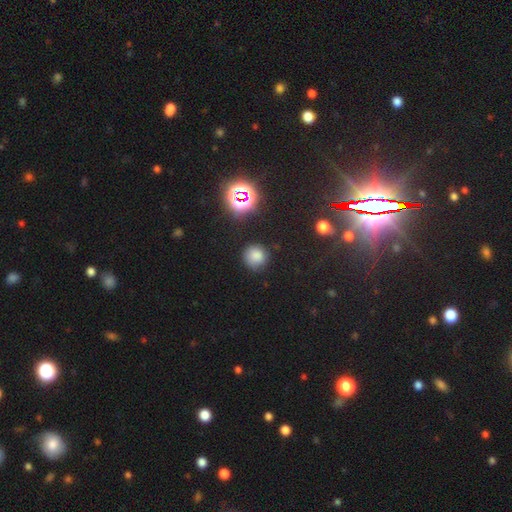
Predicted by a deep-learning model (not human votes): This is likely a smooth galaxy (75%). How rounded: clearly round (91%). Merging: clearly none (80%).